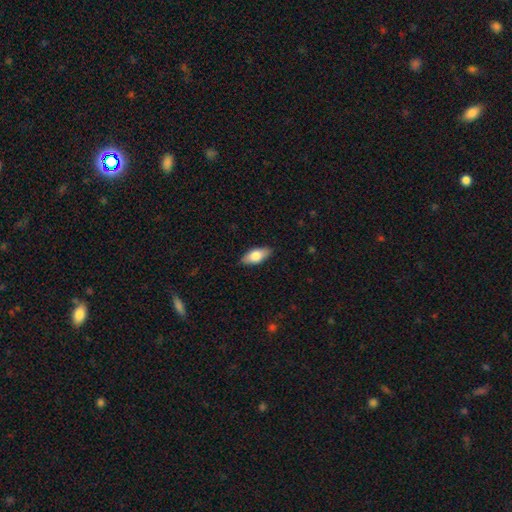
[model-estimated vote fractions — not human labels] smooth 75%, featured or disk 19%, star or artifact 6%. Down the decision tree: how rounded — in between (86%); merging — none (88%).